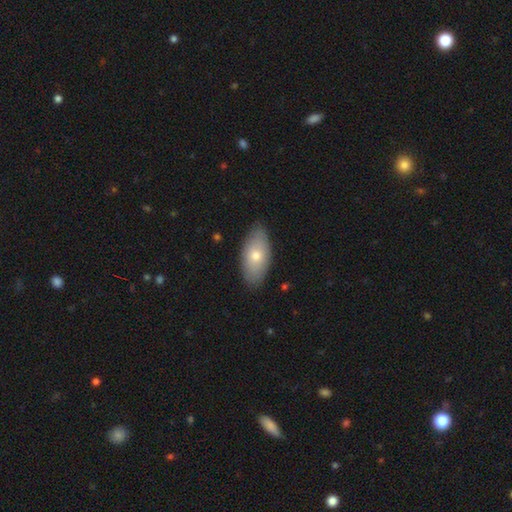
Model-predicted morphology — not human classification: This is likely a smooth galaxy (69%). How rounded: clearly in between (92%). Merging: clearly none (85%).